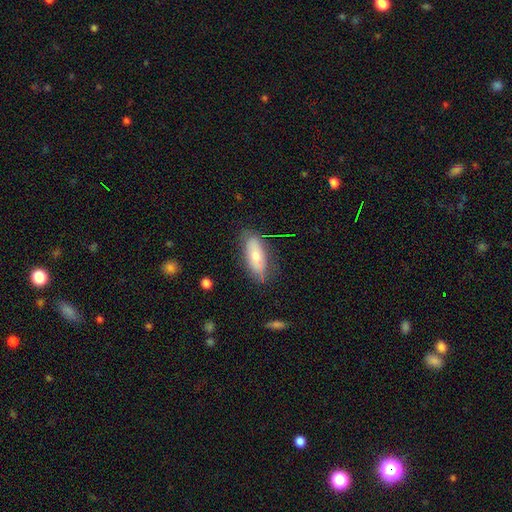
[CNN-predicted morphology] This appears to be a smooth galaxy with no disk features (62%) that is in between round and cigar-shaped (72%). Merging: none (72%).